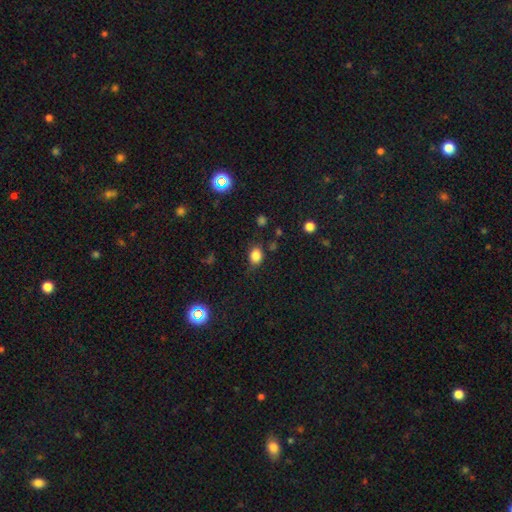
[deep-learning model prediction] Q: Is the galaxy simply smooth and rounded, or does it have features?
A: smooth — 83%.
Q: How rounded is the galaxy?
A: in between — 57%.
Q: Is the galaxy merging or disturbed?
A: none — 75%.